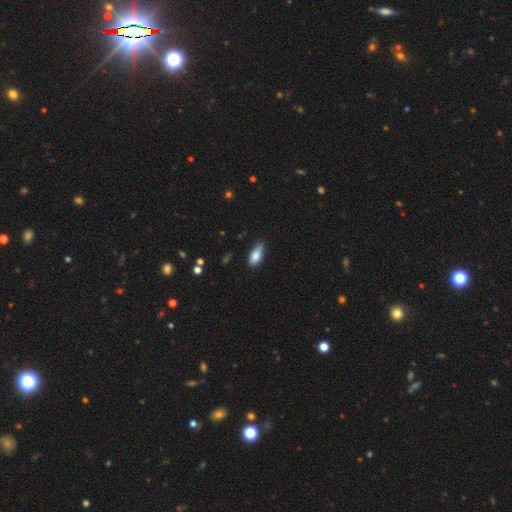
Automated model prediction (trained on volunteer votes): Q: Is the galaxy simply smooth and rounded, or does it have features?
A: smooth — 80%.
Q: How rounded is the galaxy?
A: in between — 78%.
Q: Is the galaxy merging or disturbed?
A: none — 63%.